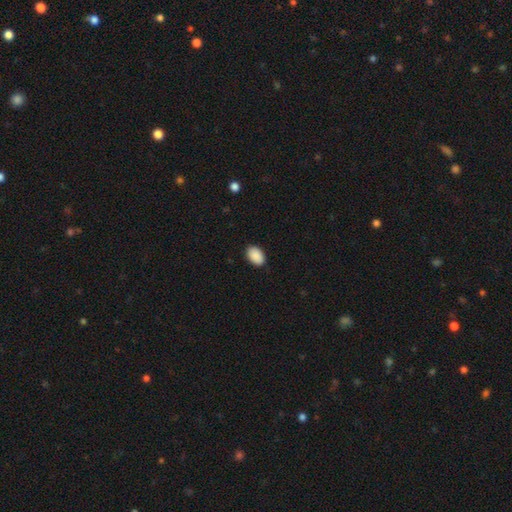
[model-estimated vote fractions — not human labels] A smooth galaxy with no disk features (91%) that is in between round and cigar-shaped (89%). Merging: none (89%).